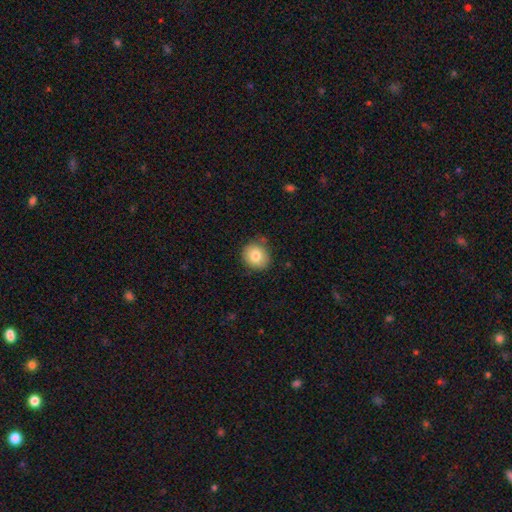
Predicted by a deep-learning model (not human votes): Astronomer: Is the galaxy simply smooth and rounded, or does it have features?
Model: smooth — 80%.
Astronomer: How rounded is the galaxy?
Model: round — 80%.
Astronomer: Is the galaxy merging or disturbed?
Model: none — 79%.